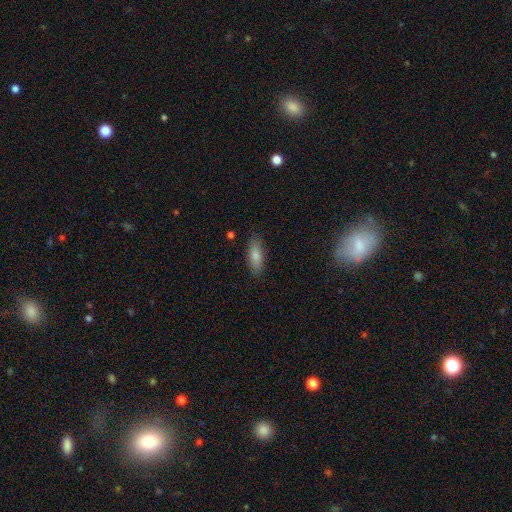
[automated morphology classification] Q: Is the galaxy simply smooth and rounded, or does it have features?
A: smooth — 82%.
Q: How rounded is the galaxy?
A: in between — 69%.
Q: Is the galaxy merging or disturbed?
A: none — 85%.